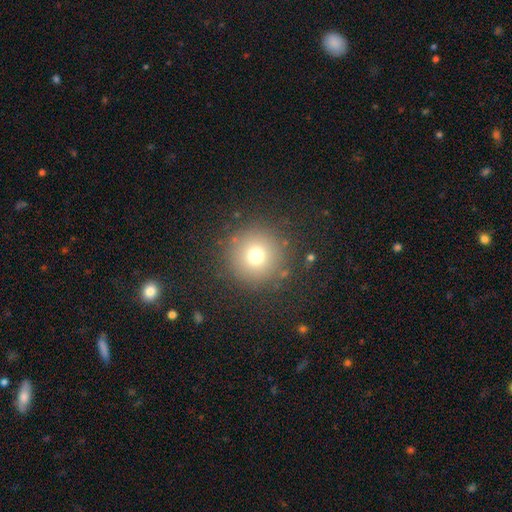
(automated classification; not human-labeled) Smooth or featured?
  - smooth: 73% *
  - star or artifact: 16%
  - featured or disk: 11%
How rounded?
  - round: 96% *
  - in between: 3%
  - cigar-shaped: 1%
Merging?
  - none: 88% *
  - minor disturbance: 7%
  - major disturbance: 4%
  - merger: 2%